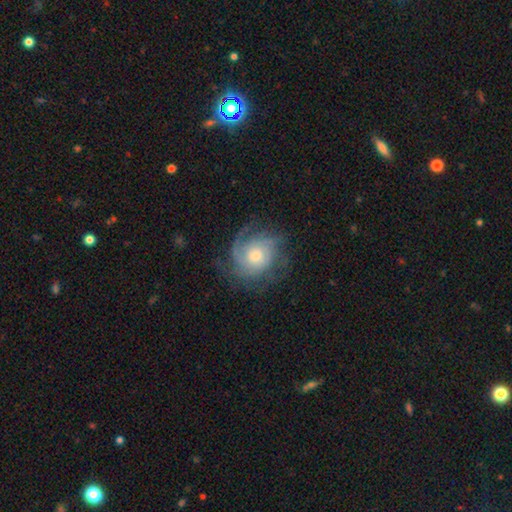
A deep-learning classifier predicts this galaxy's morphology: A featured or disk galaxy (77%) with no bar (78%), tight (56%) spiral arms (94%) and a moderate central bulge (61%). Merging: none (70%).